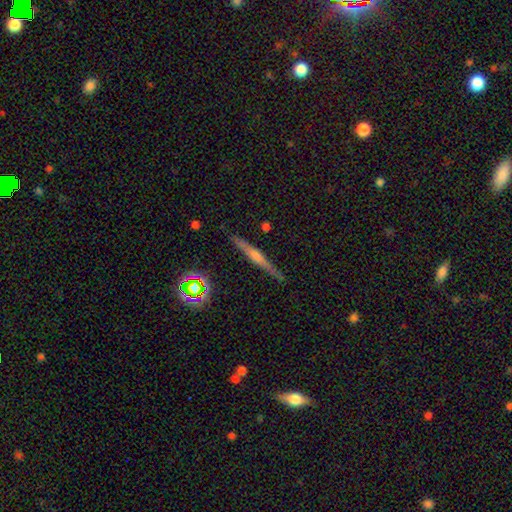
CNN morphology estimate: Q: Smooth or featured?
A: featured or disk (76%); runner-up: smooth (14%)
Q: Edge-on disk?
A: yes (98%); runner-up: no (2%)
Q: Edge-on bulge?
A: rounded (84%); runner-up: none (9%)
Q: Merging?
A: none (90%); runner-up: minor disturbance (7%)